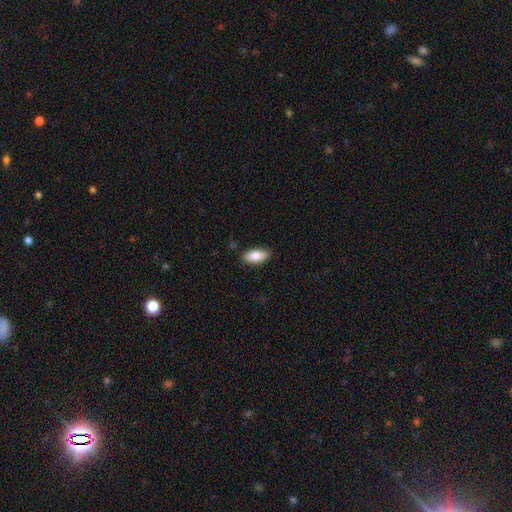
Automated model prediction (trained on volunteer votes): Q: Smooth or featured?
A: smooth (81%); runner-up: featured or disk (13%)
Q: How rounded?
A: in between (87%); runner-up: cigar-shaped (11%)
Q: Merging?
A: none (86%); runner-up: minor disturbance (11%)